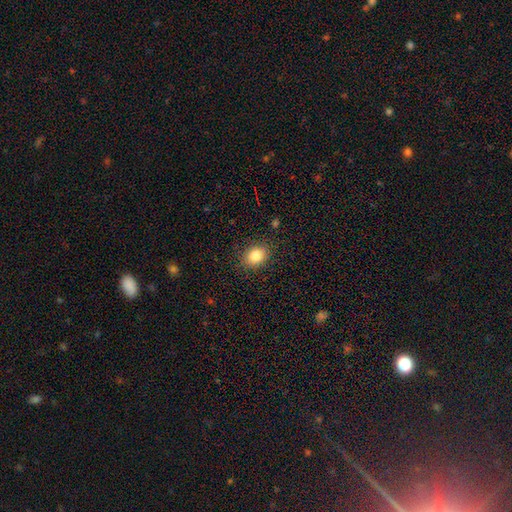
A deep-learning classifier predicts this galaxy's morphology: Smooth or featured? Predicted: smooth (p=0.83). How rounded? Predicted: in between (p=0.60). Merging? Predicted: none (p=0.87).